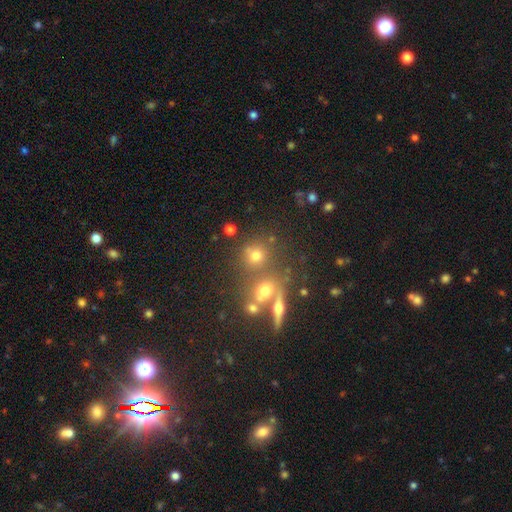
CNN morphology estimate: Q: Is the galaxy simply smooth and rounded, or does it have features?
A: smooth — 66%.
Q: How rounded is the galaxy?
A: round — 80%.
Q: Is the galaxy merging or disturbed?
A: none — 57%.